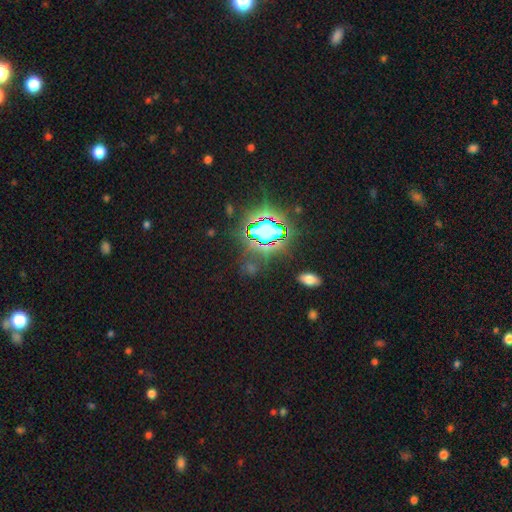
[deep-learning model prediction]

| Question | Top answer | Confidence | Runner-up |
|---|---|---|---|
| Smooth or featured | star or artifact | 75% | smooth (15%) |